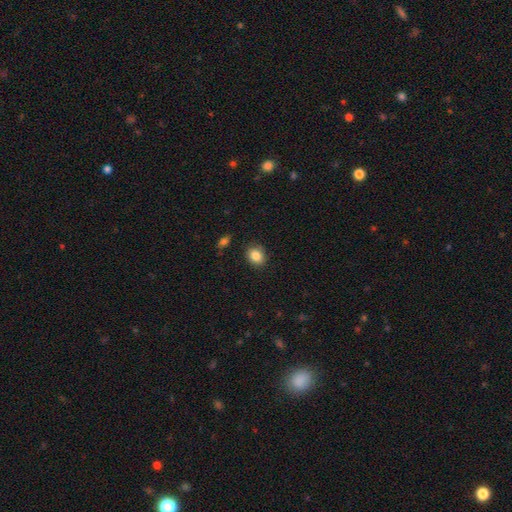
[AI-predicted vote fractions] This appears to be a smooth galaxy with no disk features (86%) that is round (54%). Merging: none (88%).